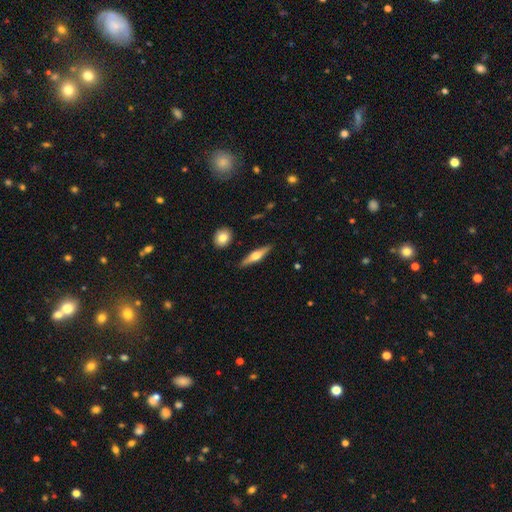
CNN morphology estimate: smooth-or-featured: featured or disk: 57% | smooth: 37% | star or artifact: 6%
  disk-edge-on: yes: 94% | no: 6%
    edge-on-bulge: rounded: 91% | boxy: 6% | none: 3%
  merging: none: 87% | minor disturbance: 8% | major disturbance: 2% | merger: 2%